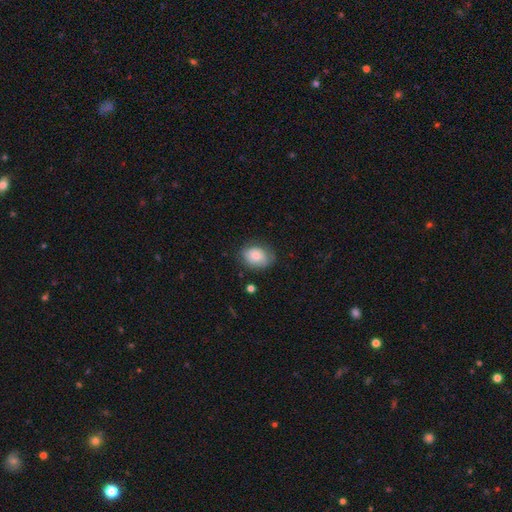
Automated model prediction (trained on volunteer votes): The model was most divided on "how rounded": in between: 59%, round: 40%, cigar-shaped: 1%. More confident: smooth or featured — smooth (75%); merging — none (72%).